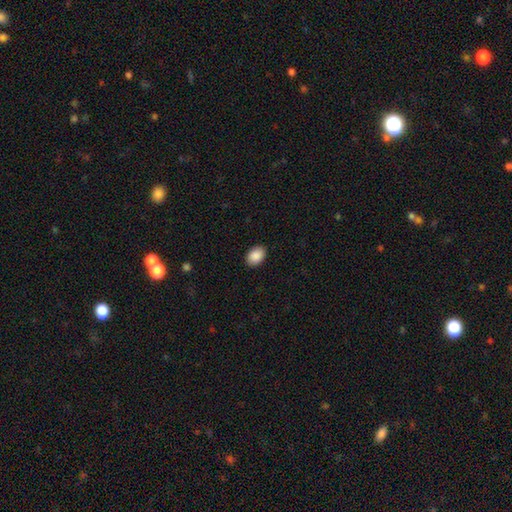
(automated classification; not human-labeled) This appears to be a smooth galaxy with no disk features (90%) that is in between round and cigar-shaped (81%). Merging: none (90%).